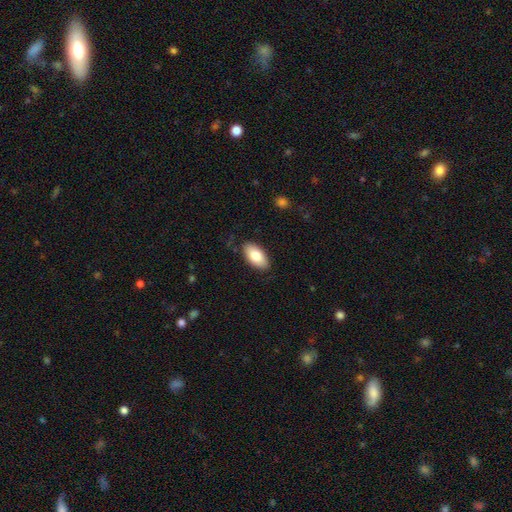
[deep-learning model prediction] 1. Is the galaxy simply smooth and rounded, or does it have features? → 81% smooth, 13% featured or disk, 6% star or artifact.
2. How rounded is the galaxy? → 94% in between, 3% cigar-shaped, 3% round.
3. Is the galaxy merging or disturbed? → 85% none, 11% minor disturbance, 3% major disturbance, 1% merger.